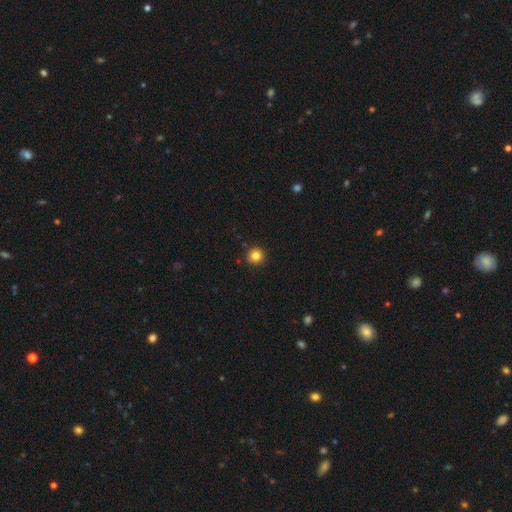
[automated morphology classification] Smooth or featured: smooth — 83% (star or artifact — 12%)
How rounded: round — 94% (in between — 5%)
Merging: none — 91% (minor disturbance — 6%)